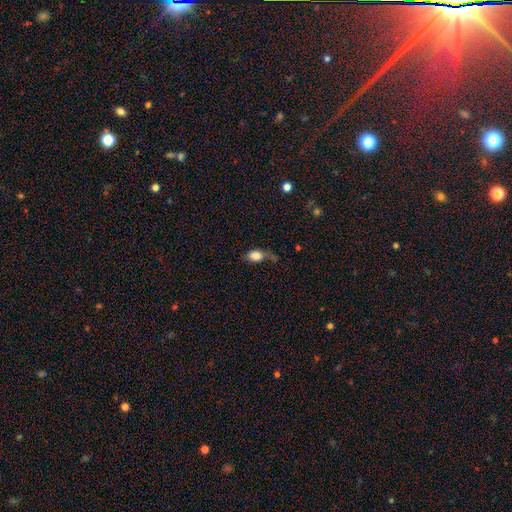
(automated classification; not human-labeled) smooth_or_featured: smooth (p=0.81) [alt: featured or disk p=0.10]
how_rounded: in between (p=0.82) [alt: round p=0.14]
merging: none (p=0.43) [alt: minor disturbance p=0.29]